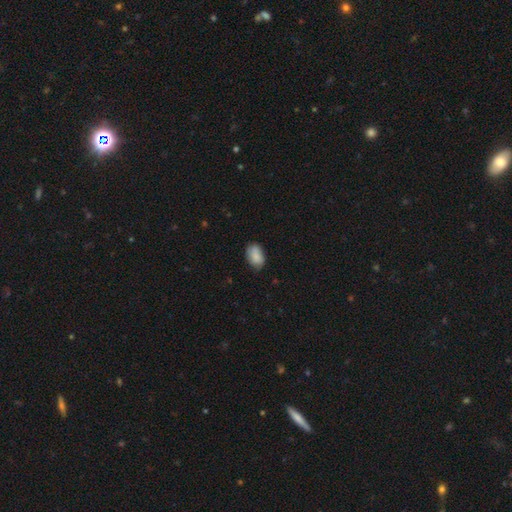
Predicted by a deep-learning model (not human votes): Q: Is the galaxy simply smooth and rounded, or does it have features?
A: smooth — 86%.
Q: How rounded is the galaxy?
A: in between — 89%.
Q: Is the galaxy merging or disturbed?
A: none — 70%.